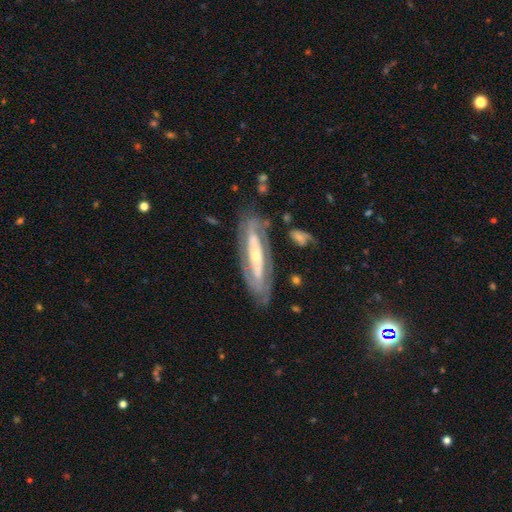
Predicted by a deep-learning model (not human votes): Q: Smooth or featured?
A: featured or disk (80%); runner-up: smooth (14%)
Q: Edge-on disk?
A: no (79%); runner-up: yes (21%)
Q: Bar?
A: no (46%); runner-up: strong (32%)
Q: Spiral arms?
A: yes (78%); runner-up: no (22%)
Q: Bulge size?
A: small (55%); runner-up: moderate (39%)
Q: Merging?
A: none (76%); runner-up: minor disturbance (15%)